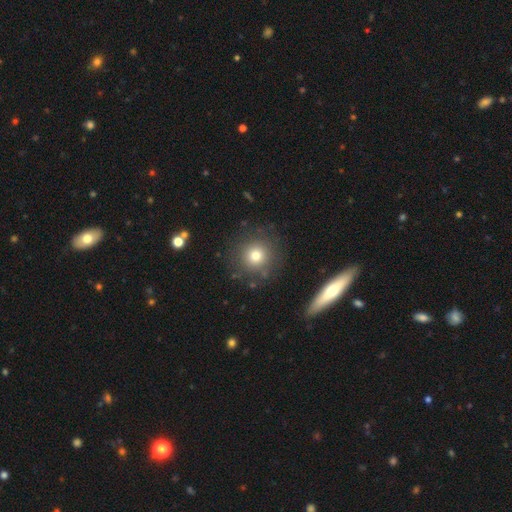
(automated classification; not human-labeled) A smooth galaxy with no disk features (76%) that is round (93%).

Vote fractions:
- Smooth or featured? smooth: 76% / star or artifact: 13% / featured or disk: 11%
- How rounded? round: 93% / in between: 6% / cigar-shaped: 1%
- Merging? none: 85% / minor disturbance: 8% / major disturbance: 4% / merger: 3%